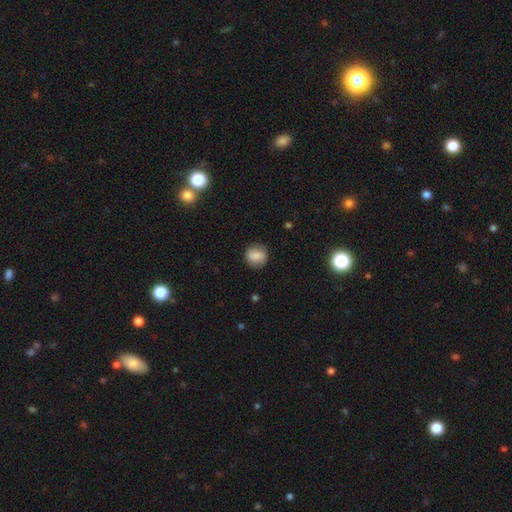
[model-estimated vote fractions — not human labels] smooth-or-featured: smooth: 80% | featured or disk: 12% | star or artifact: 9%
  how-rounded: round: 78% | in between: 20% | cigar-shaped: 1%
  merging: none: 83% | minor disturbance: 12% | major disturbance: 4% | merger: 1%